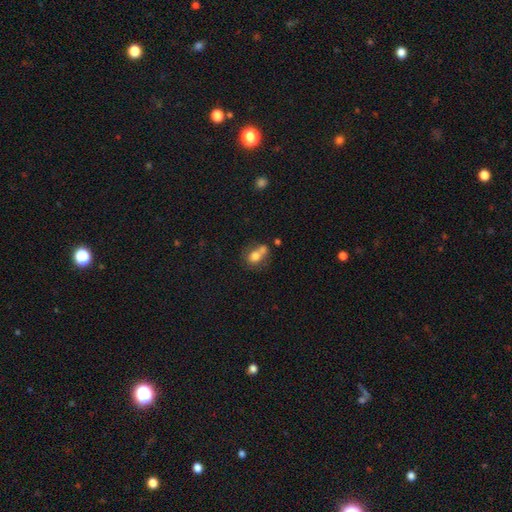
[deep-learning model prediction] Smooth or featured? smooth (73%)
How rounded? round (50%)
Merging? merger (50%)